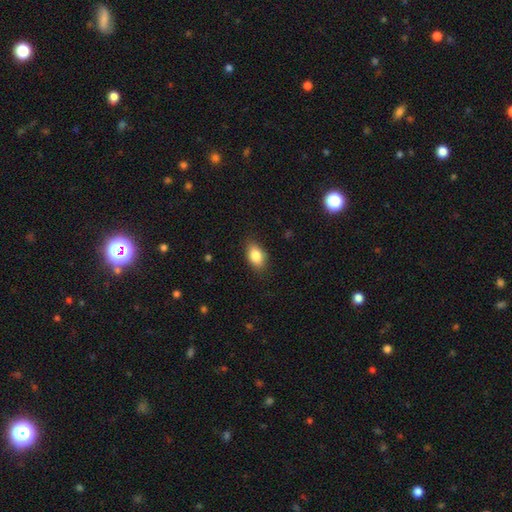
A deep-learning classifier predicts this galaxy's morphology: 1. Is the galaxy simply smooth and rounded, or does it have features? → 85% smooth, 8% star or artifact, 7% featured or disk.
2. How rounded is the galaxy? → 88% in between, 10% round, 2% cigar-shaped.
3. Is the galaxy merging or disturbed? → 85% none, 11% minor disturbance, 3% major disturbance, 1% merger.